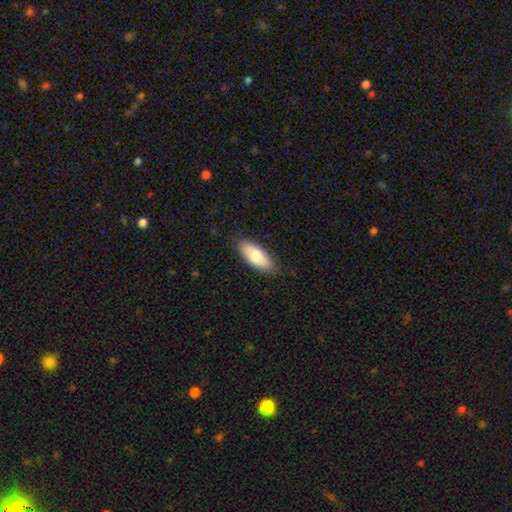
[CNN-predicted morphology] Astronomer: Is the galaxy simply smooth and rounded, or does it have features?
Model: smooth — 76%.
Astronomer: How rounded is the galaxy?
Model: in between — 80%.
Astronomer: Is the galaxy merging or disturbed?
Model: none — 82%.